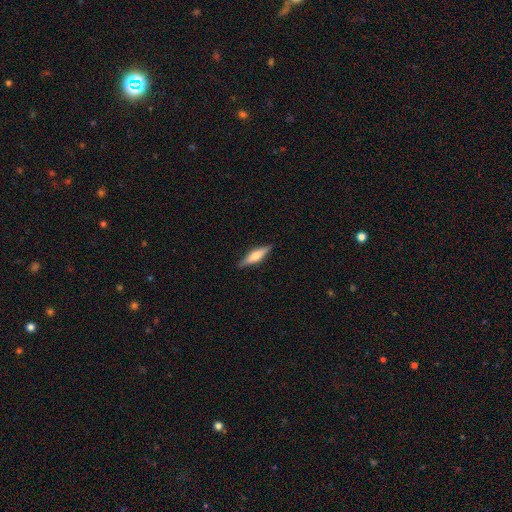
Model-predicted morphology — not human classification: smooth-or-featured: smooth: 48% | featured or disk: 46% | star or artifact: 6%
  merging: none: 88% | minor disturbance: 9% | major disturbance: 2% | merger: 1%